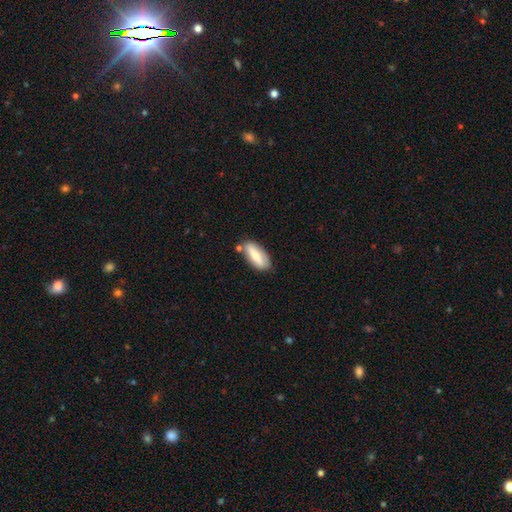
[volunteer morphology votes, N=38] Volunteers were most divided on "how rounded": in between: 77%, cigar-shaped: 23%, round: 0%. More confident: merging — none (83%); smooth or featured — smooth (79%).